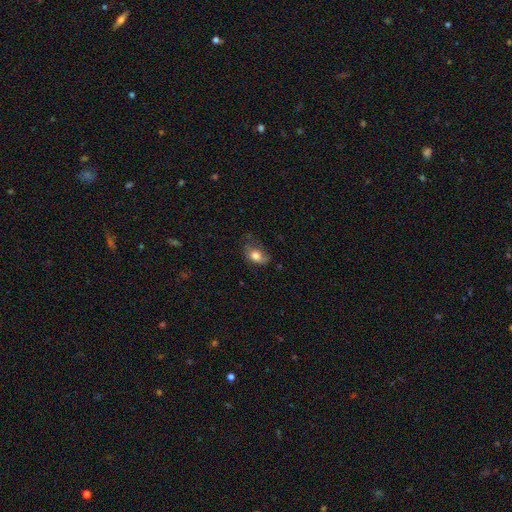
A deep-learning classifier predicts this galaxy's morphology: This appears to be a smooth galaxy with no disk features (75%) that is in between round and cigar-shaped (77%). Merging: none (46%).